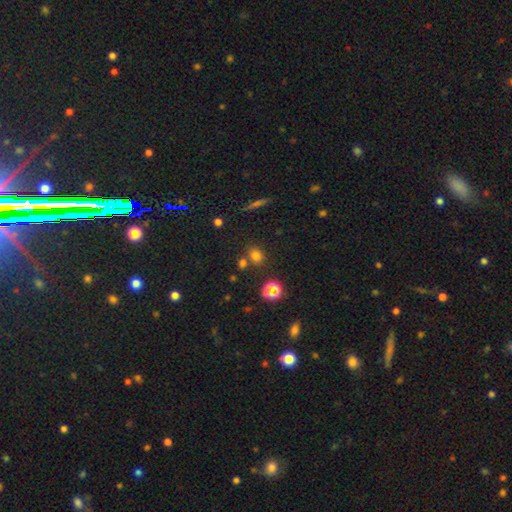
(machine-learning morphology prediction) smooth 70%, star or artifact 22%, featured or disk 8%. Down the decision tree: how rounded — round (67%); merging — none (71%).